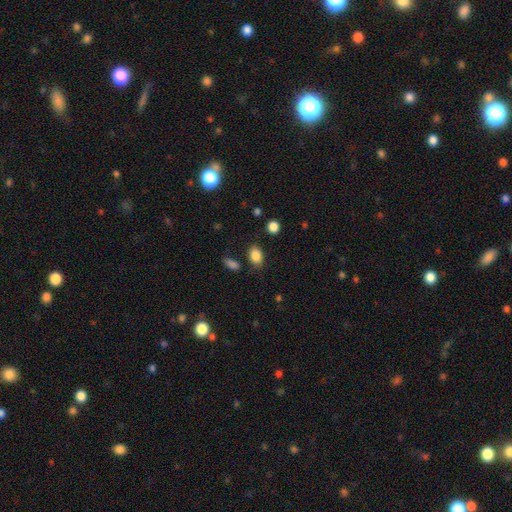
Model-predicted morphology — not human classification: Overall: smooth (85%). How rounded: in between (78%). Merging: none (79%).